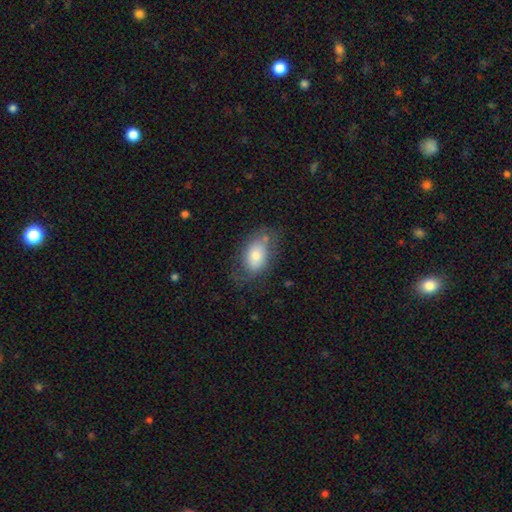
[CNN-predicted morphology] smooth-or-featured: smooth: 68% | featured or disk: 25% | star or artifact: 8%
  how-rounded: in between: 88% | round: 10% | cigar-shaped: 2%
  merging: none: 54% | minor disturbance: 27% | major disturbance: 16% | merger: 3%